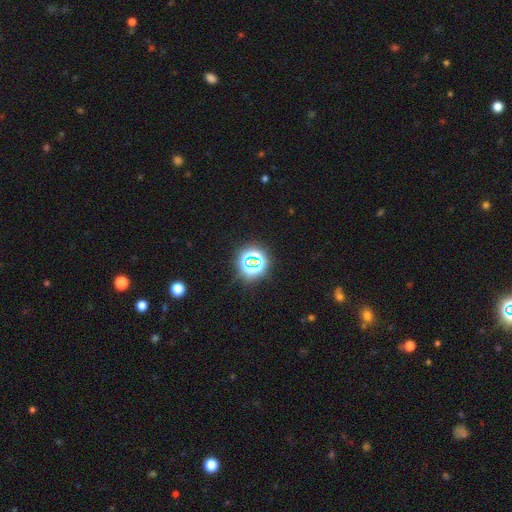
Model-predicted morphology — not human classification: A star or artifact, not a galaxy (69%).

Vote fractions:
- Smooth or featured? star or artifact: 69% / smooth: 21% / featured or disk: 10%